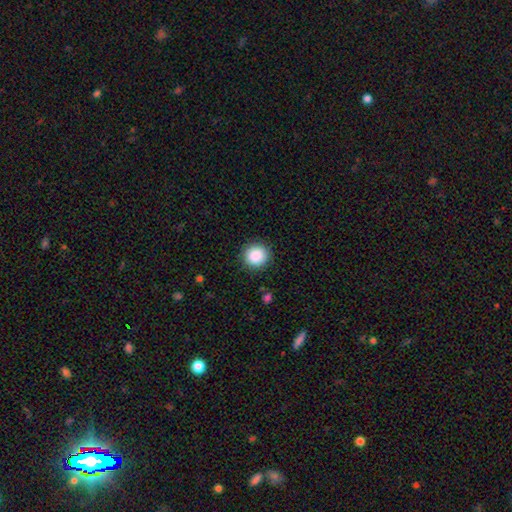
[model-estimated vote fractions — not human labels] Overall: smooth (88%). How rounded: round (93%). Merging: none (90%).